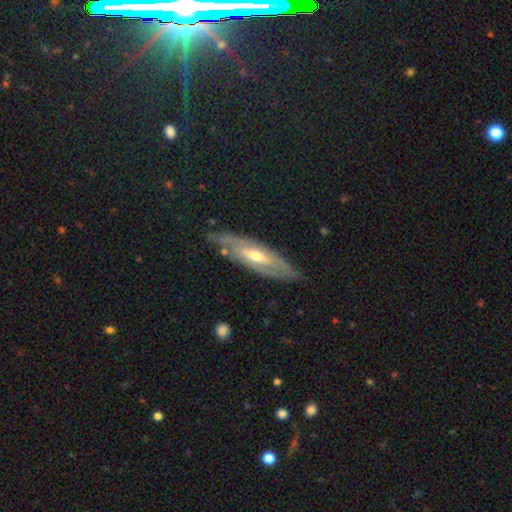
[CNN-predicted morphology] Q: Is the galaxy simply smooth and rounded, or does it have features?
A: featured or disk — 73%.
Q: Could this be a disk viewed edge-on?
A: no — 65%.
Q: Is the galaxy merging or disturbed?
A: none — 76%.